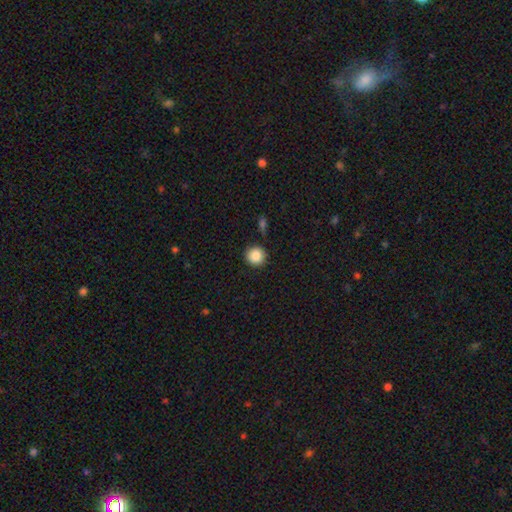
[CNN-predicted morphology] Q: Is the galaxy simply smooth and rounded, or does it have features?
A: smooth — 87%.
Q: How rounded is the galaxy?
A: round — 94%.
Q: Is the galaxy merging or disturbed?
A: none — 87%.